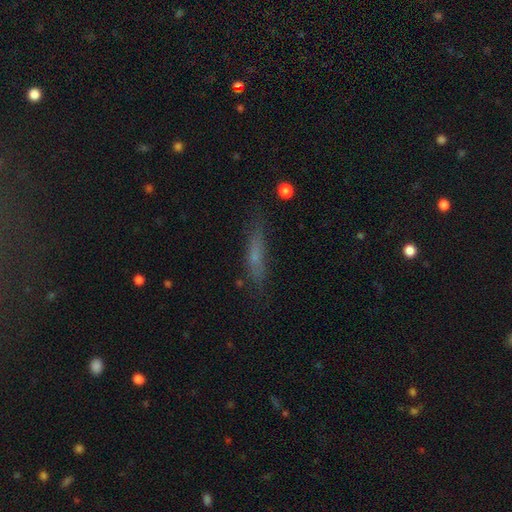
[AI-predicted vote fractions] smooth-or-featured: smooth: 57% | featured or disk: 31% | star or artifact: 12%
  how-rounded: cigar-shaped: 83% | in between: 15% | round: 2%
  merging: none: 74% | minor disturbance: 18% | major disturbance: 6% | merger: 2%